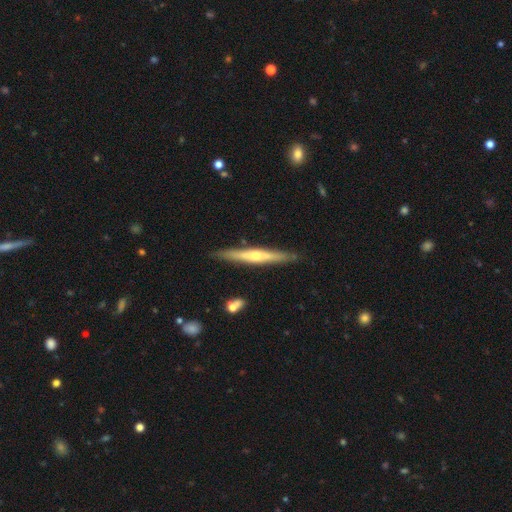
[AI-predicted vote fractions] Smooth or featured? Predicted: featured or disk (p=0.66). Edge-on disk? Predicted: yes (p=0.94). Edge-on bulge? Predicted: rounded (p=0.80). Merging? Predicted: none (p=0.87).